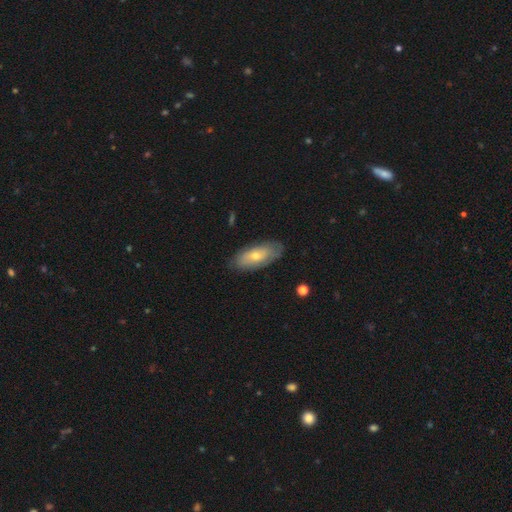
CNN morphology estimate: smooth_or_featured: smooth (p=0.55) [alt: featured or disk p=0.38]
how_rounded: in between (p=0.83) [alt: cigar-shaped p=0.15]
merging: none (p=0.80) [alt: minor disturbance p=0.15]